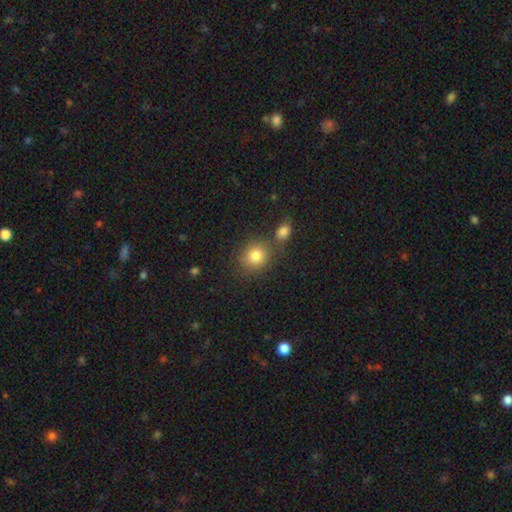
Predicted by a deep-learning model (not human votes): Morphology: type=smooth (82%); roundness=round (79%); merging=none (67%).